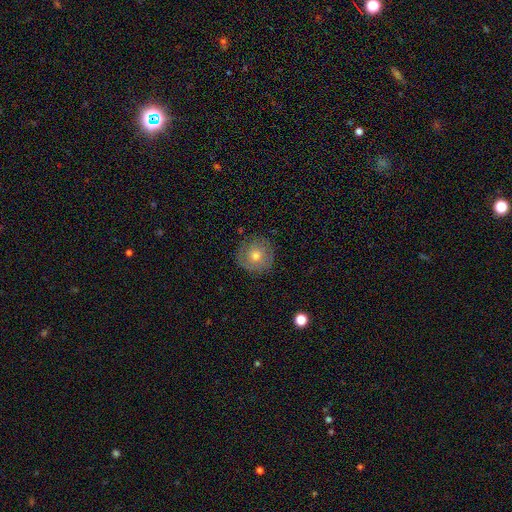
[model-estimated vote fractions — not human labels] Q: Smooth or featured?
A: smooth (50%); runner-up: featured or disk (40%)
Q: Merging?
A: none (83%); runner-up: minor disturbance (12%)